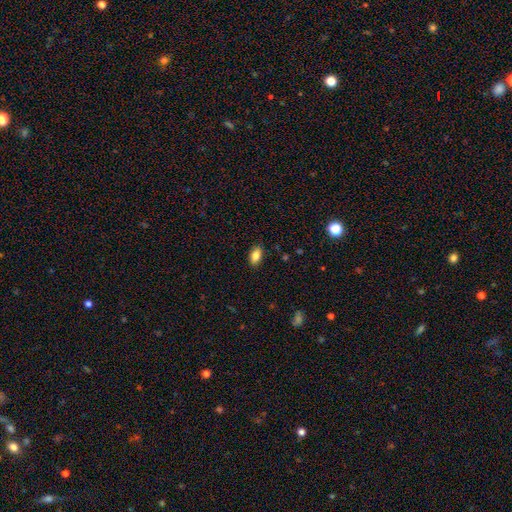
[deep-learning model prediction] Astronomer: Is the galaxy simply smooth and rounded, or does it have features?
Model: smooth — 85%.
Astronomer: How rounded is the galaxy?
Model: in between — 91%.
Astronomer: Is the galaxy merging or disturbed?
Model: none — 87%.